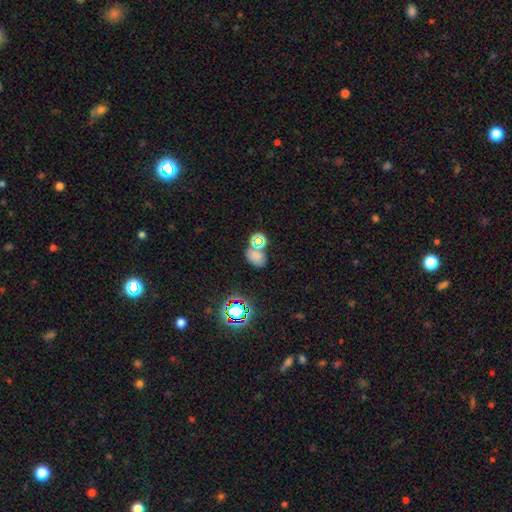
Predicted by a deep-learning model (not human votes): smooth_or_featured: smooth (p=0.62) [alt: star or artifact p=0.26]
how_rounded: in between (p=0.74) [alt: round p=0.25]
merging: none (p=0.59) [alt: merger p=0.19]